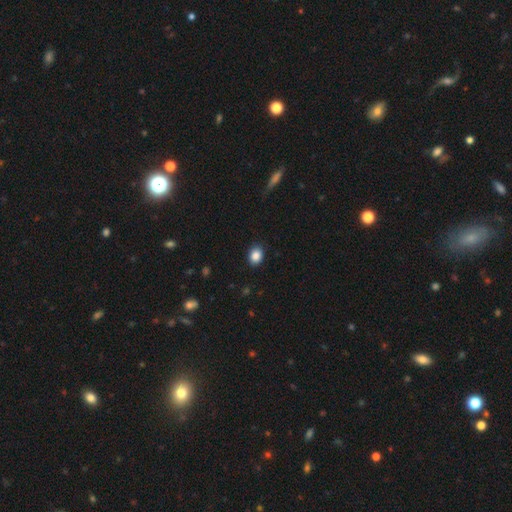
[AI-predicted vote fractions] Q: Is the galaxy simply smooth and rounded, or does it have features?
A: smooth — 87%.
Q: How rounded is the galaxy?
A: in between — 56%.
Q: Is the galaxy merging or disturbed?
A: none — 88%.